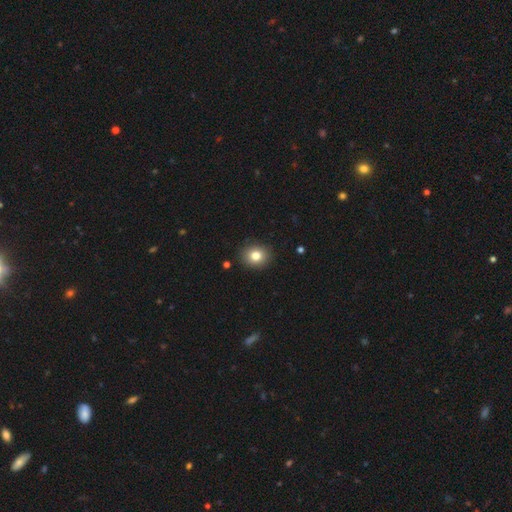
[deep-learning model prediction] smooth-or-featured: smooth: 80% | star or artifact: 11% | featured or disk: 9%
  how-rounded: round: 75% | in between: 24% | cigar-shaped: 1%
  merging: none: 90% | minor disturbance: 7% | major disturbance: 2% | merger: 1%